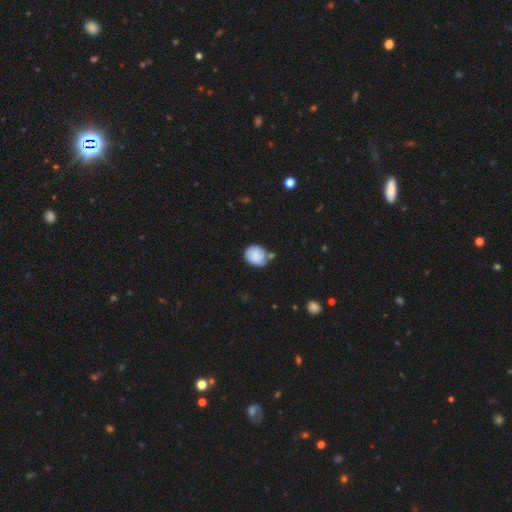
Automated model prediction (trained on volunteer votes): A smooth galaxy with no disk features (69%) that is round (68%). Merging: none (48%).